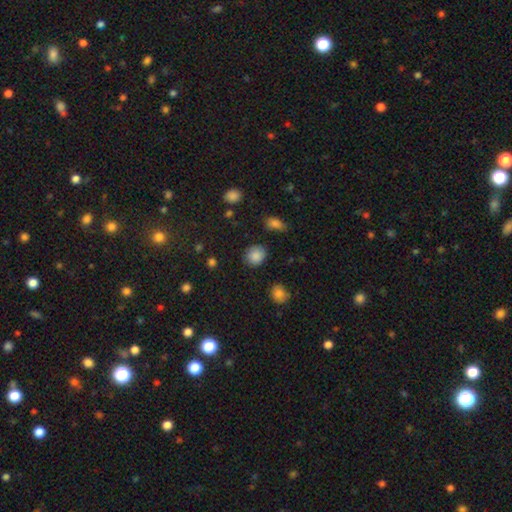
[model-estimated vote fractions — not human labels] smooth_or_featured: smooth (p=0.84) [alt: star or artifact p=0.10]
how_rounded: round (p=0.70) [alt: in between p=0.29]
merging: none (p=0.83) [alt: minor disturbance p=0.12]